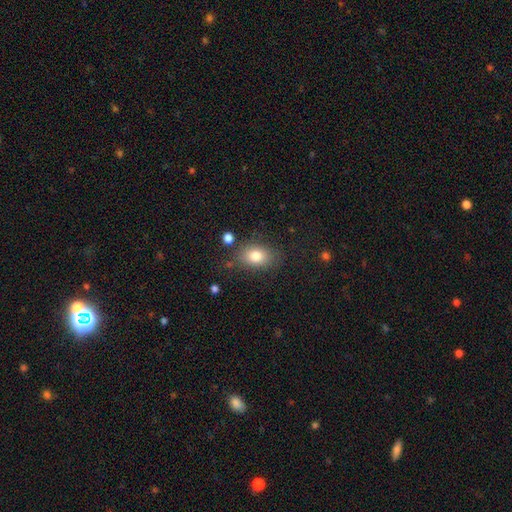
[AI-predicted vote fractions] This appears to be a smooth galaxy with no disk features (80%) that is in between round and cigar-shaped (75%). Merging: none (76%).